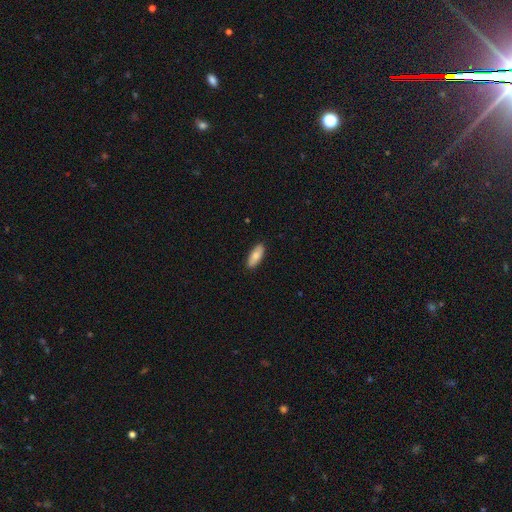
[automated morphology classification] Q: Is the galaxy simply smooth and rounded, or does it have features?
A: smooth — 79%.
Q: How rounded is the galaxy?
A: in between — 79%.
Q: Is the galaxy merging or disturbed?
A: none — 89%.